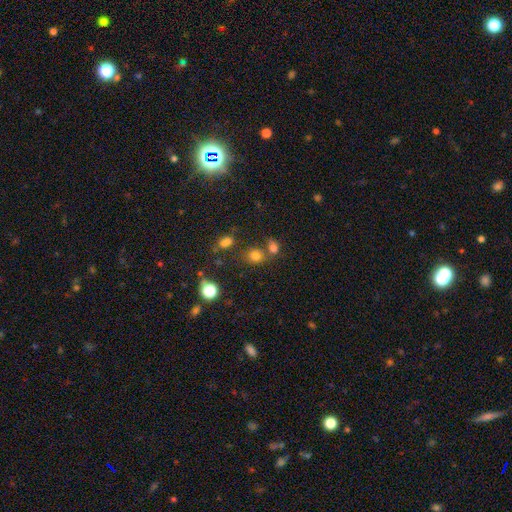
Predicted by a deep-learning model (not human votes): Smooth or featured? Predicted: smooth (p=0.74). How rounded? Predicted: round (p=0.67). Merging? Predicted: none (p=0.59).